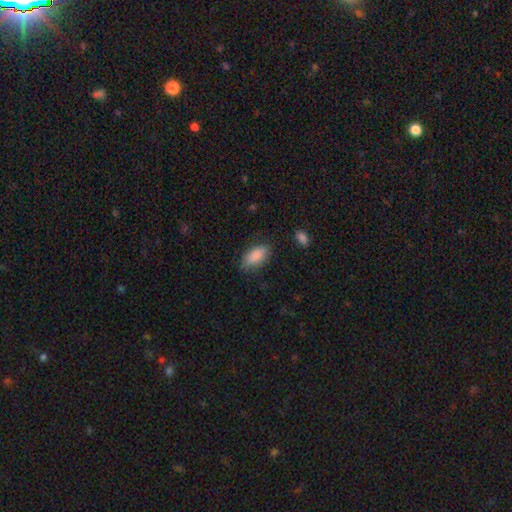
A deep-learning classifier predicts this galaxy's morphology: The model was most divided on "merging": none: 77%, minor disturbance: 17%, major disturbance: 4%, merger: 1%. More confident: how rounded — in between (90%); smooth or featured — smooth (88%).